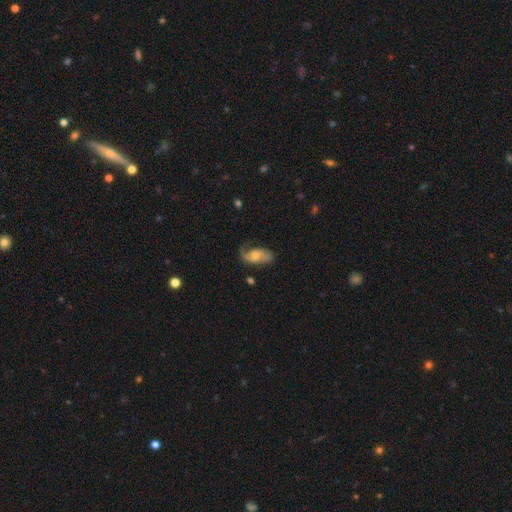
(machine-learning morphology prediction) Smooth or featured?
  - featured or disk: 58% *
  - smooth: 34%
  - star or artifact: 7%
Edge-on disk?
  - no: 94% *
  - yes: 6%
Bar?
  - no: 64% *
  - weak: 29%
  - strong: 7%
Spiral arms?
  - yes: 86% *
  - no: 14%
Bulge size?
  - moderate: 43% *
  - small: 39%
  - none: 8%
  - large: 8%
  - dominant: 2%
Merging?
  - none: 53% *
  - minor disturbance: 26%
  - major disturbance: 19%
  - merger: 2%